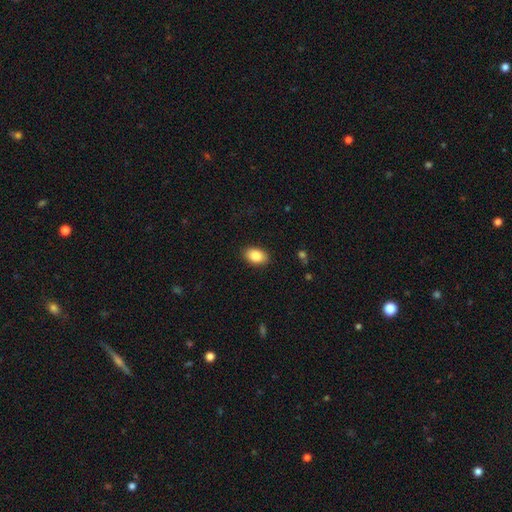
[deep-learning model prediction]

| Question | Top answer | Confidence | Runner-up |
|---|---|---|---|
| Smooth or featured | smooth | 86% | star or artifact (7%) |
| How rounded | in between | 89% | round (10%) |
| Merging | none | 89% | minor disturbance (8%) |